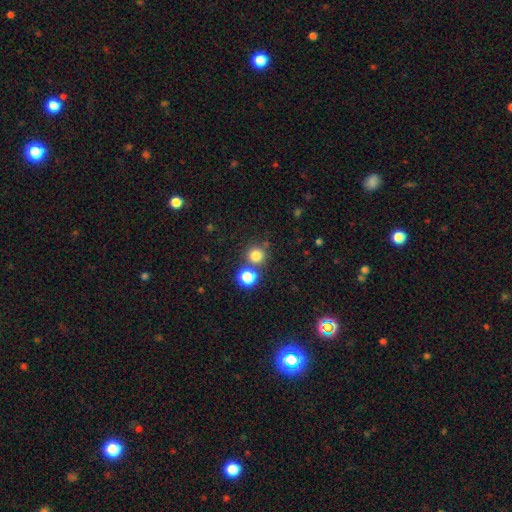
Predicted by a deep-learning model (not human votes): This appears to be a smooth galaxy with no disk features (78%) that is round (93%). Merging: none (74%).